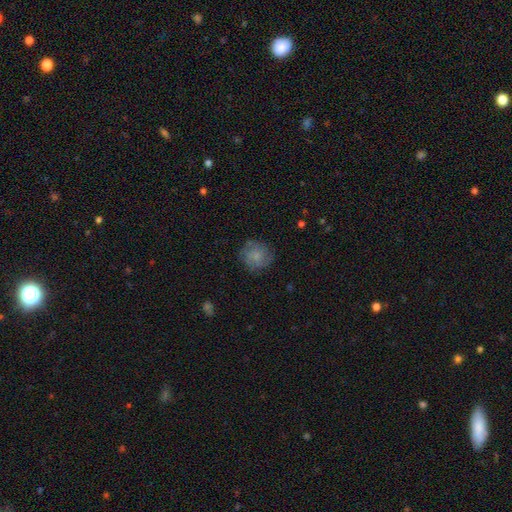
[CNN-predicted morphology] A smooth galaxy with no disk features (68%) that is round (88%). Merging: none (76%).